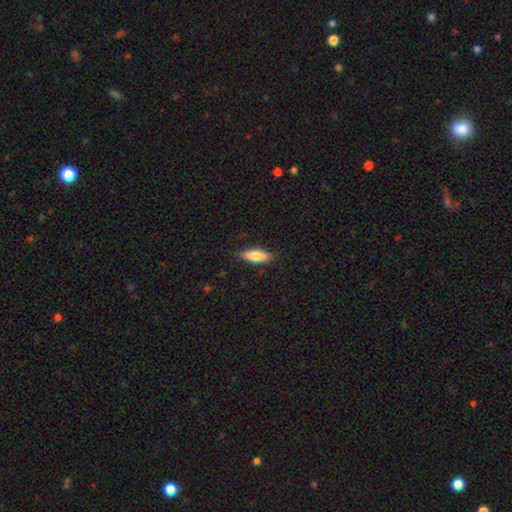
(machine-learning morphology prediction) Smooth or featured? smooth (81%)
How rounded? in between (61%)
Merging? none (86%)